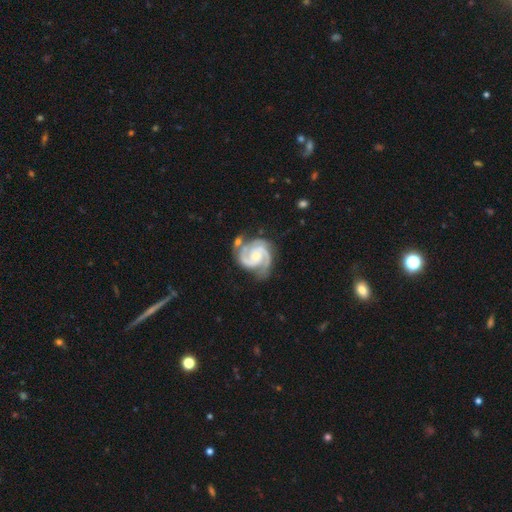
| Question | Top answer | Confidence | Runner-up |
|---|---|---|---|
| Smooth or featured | featured or disk | 97% | smooth (3%) |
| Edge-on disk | no | 100% | — |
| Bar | no | 63% | weak (29%) |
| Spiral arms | yes | 100% | — |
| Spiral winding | tight | 66% | medium (34%) |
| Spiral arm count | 2 | 66% | 3 (29%) |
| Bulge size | small | 66% | moderate (31%) |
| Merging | none | 69% | minor disturbance (14%) |